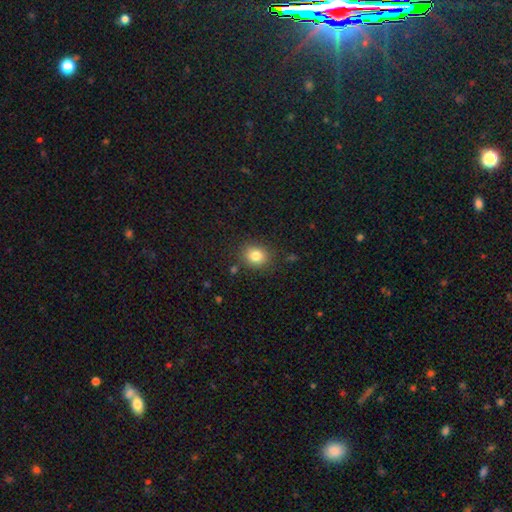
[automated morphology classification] This appears to be a smooth galaxy with no disk features (82%) that is round (67%). Merging: none (85%).